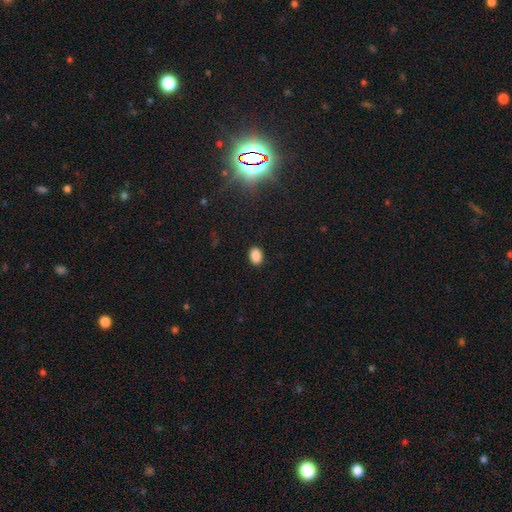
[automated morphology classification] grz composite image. It shows a smooth galaxy with no disk features (87%) that is in between round and cigar-shaped (79%). Merging: none (89%).